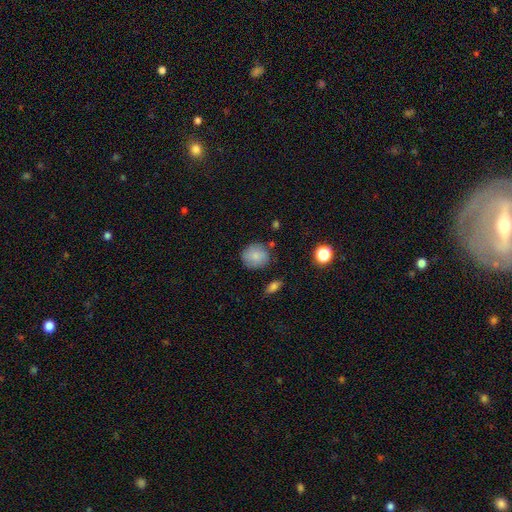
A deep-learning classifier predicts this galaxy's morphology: This appears to be a smooth galaxy with no disk features (83%) that is round (84%). Merging: none (78%).